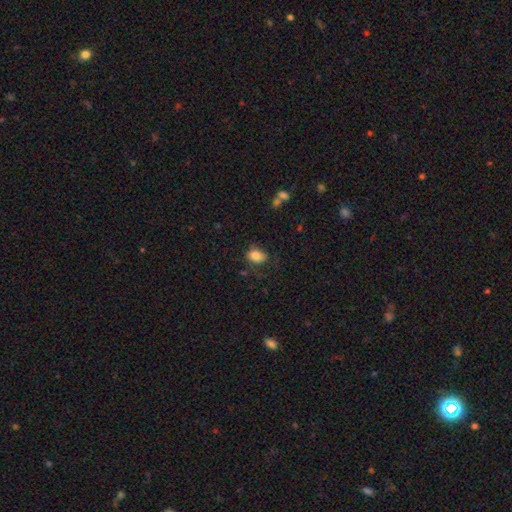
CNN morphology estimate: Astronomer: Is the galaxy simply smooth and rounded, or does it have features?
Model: smooth — 80%.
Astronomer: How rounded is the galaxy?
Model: in between — 65%.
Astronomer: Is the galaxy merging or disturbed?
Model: none — 58%.